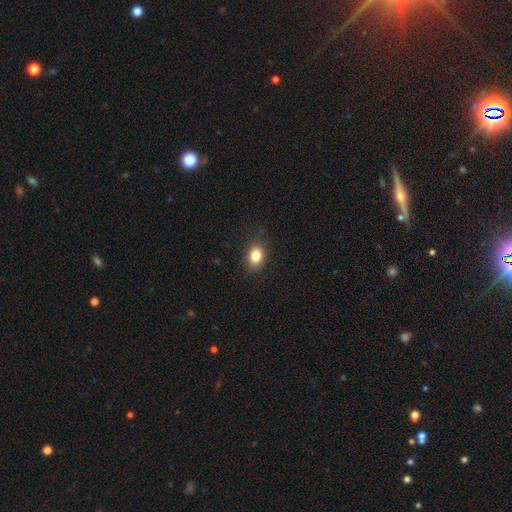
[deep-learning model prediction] This appears to be a smooth galaxy with no disk features (83%) that is in between round and cigar-shaped (64%). Merging: none (85%).